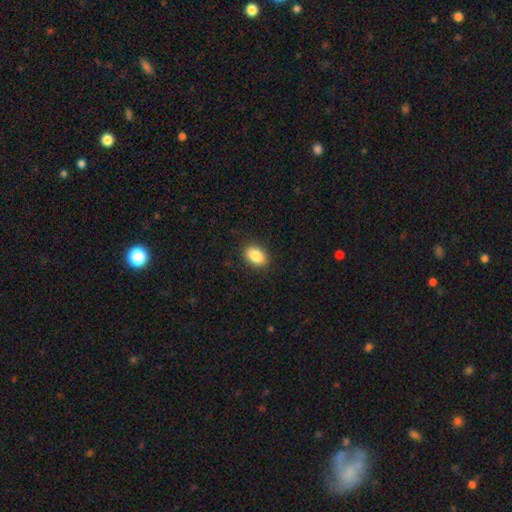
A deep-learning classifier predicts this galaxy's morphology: Smooth or featured: smooth — 87% (star or artifact — 8%)
How rounded: in between — 86% (round — 12%)
Merging: none — 89% (minor disturbance — 8%)